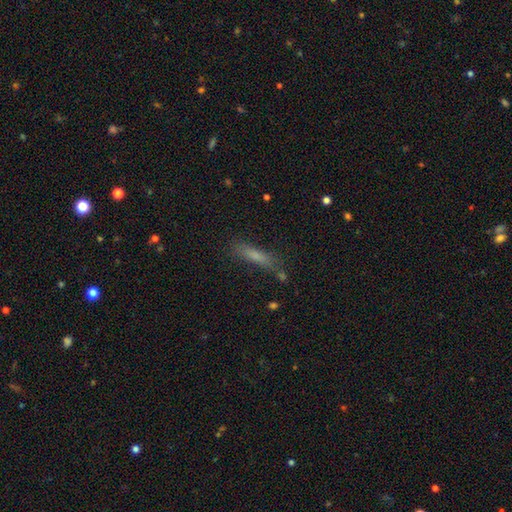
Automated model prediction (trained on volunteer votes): smooth-or-featured: smooth: 67% | featured or disk: 21% | star or artifact: 12%
  how-rounded: cigar-shaped: 83% | in between: 15% | round: 2%
  merging: none: 75% | minor disturbance: 16% | major disturbance: 5% | merger: 5%